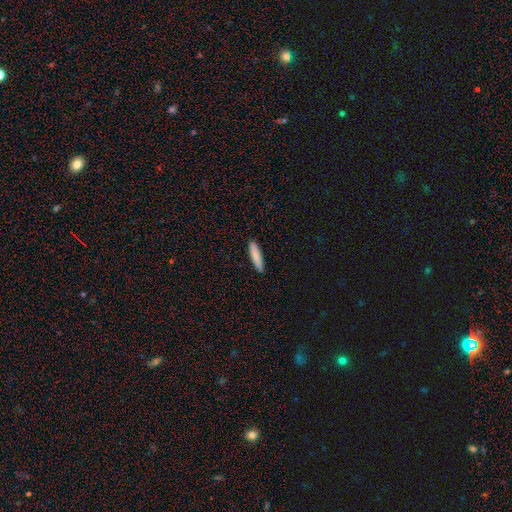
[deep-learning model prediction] Smooth or featured: smooth — 82% (featured or disk — 12%)
How rounded: cigar-shaped — 79% (in between — 20%)
Merging: none — 90% (minor disturbance — 8%)